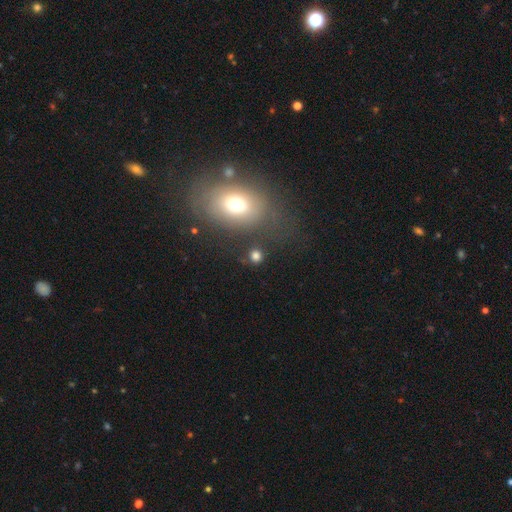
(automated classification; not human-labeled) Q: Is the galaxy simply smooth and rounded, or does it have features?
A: smooth — 76%.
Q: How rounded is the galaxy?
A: round — 81%.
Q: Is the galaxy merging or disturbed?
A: none — 77%.